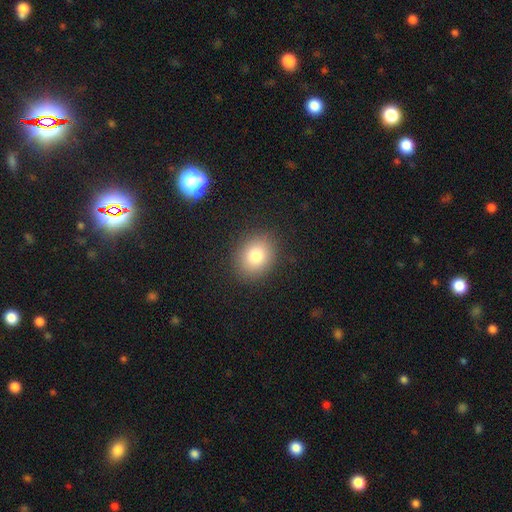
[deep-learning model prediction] Smooth or featured? Predicted: smooth (p=0.81). How rounded? Predicted: round (p=0.62). Merging? Predicted: none (p=0.88).